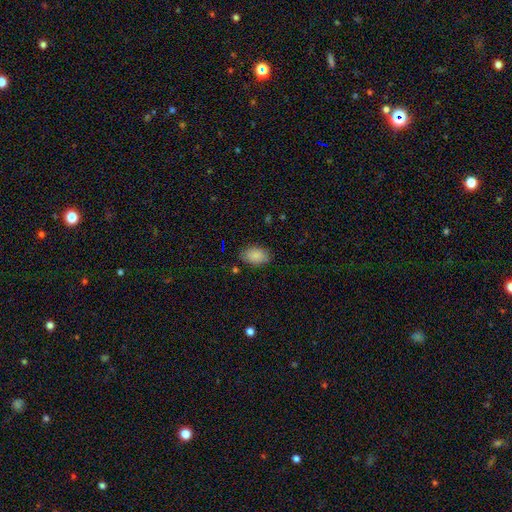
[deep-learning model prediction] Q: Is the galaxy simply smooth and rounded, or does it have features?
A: smooth — 87%.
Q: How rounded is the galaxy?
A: in between — 89%.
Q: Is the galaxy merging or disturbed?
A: none — 82%.